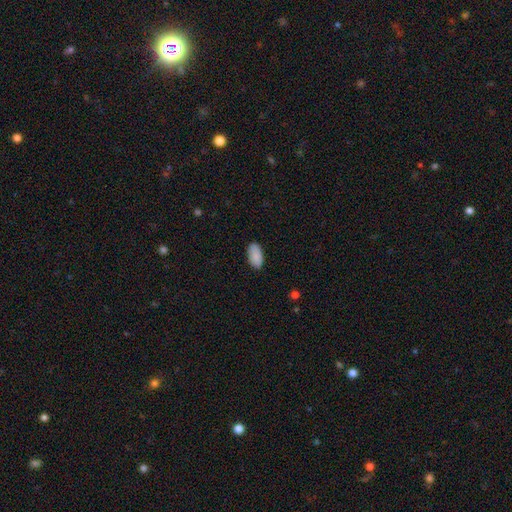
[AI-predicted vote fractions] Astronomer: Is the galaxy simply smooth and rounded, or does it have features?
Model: smooth — 89%.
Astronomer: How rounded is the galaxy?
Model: in between — 94%.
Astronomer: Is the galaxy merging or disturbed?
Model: none — 85%.